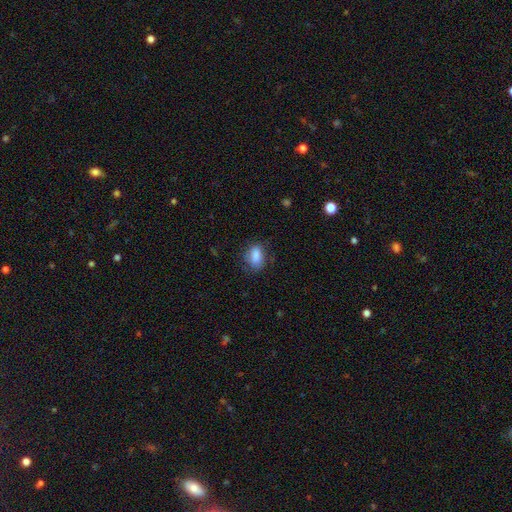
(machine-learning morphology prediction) A smooth galaxy with no disk features (85%) that is in between round and cigar-shaped (85%). Merging: none (69%).